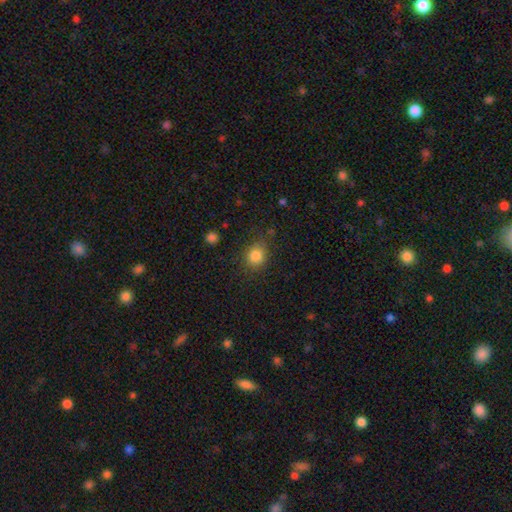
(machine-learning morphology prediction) A smooth galaxy with no disk features (84%) that is round (70%).

Vote fractions:
- Smooth or featured? smooth: 84% / star or artifact: 11% / featured or disk: 5%
- How rounded? round: 70% / in between: 29% / cigar-shaped: 1%
- Merging? none: 81% / minor disturbance: 13% / major disturbance: 4% / merger: 2%